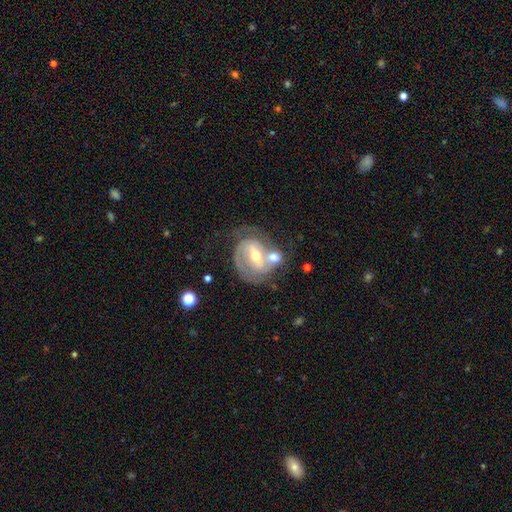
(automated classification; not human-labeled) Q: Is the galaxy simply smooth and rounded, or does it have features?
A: featured or disk — 80%.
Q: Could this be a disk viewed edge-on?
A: no — 97%.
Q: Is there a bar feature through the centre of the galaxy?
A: weak — 43%.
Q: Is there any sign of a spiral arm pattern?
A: yes — 85%.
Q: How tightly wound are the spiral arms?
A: tight — 50%.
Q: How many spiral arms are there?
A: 2 — 60%.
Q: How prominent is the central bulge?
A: moderate — 59%.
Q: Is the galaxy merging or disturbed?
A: none — 38%.